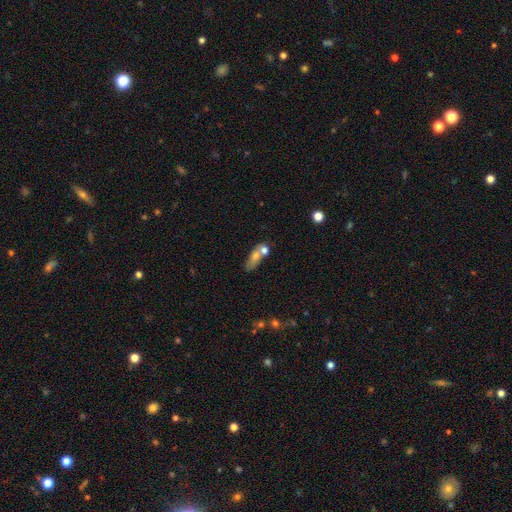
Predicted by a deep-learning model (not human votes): A smooth galaxy with no disk features (62%) that is in between round and cigar-shaped (62%).

Vote fractions:
- Smooth or featured? smooth: 62% / featured or disk: 28% / star or artifact: 10%
- How rounded? in between: 62% / cigar-shaped: 23% / round: 15%
- Merging? merger: 43% / none: 36% / minor disturbance: 13% / major disturbance: 8%